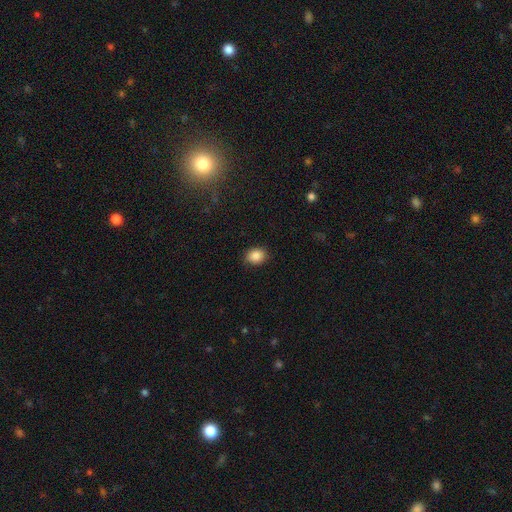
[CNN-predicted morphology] This is clearly a smooth galaxy (87%). How rounded: possibly in between (51%). Merging: clearly none (88%).